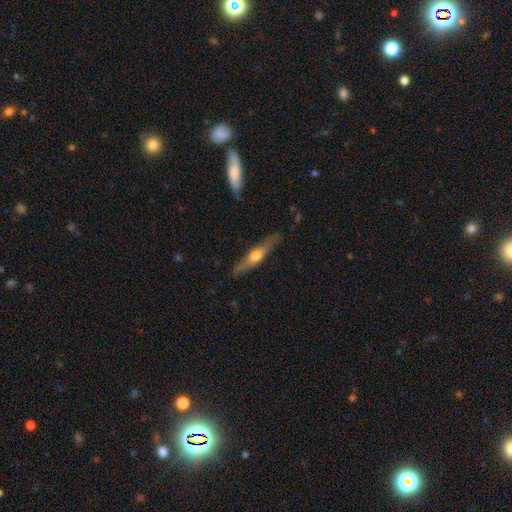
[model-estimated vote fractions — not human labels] Morphology: type=featured or disk (56%); edge-on=yes (91%); edge-on bulge=rounded (90%); merging=none (84%).